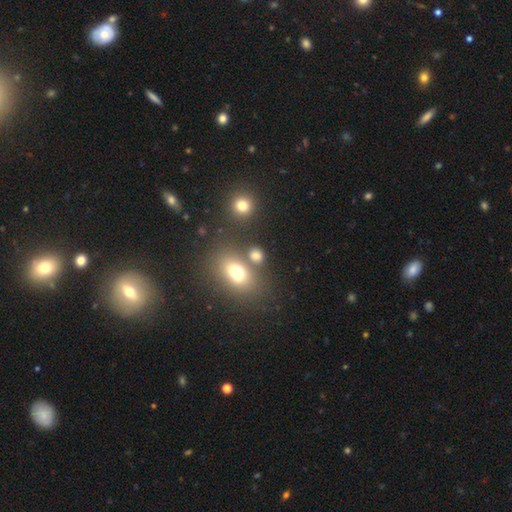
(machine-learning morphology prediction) This is likely a smooth galaxy (73%). How rounded: possibly in between (52%). Merging: likely none (61%).